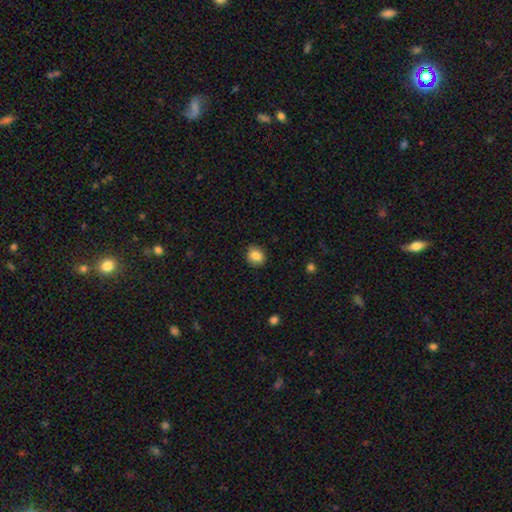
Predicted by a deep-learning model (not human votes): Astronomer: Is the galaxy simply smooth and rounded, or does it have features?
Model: smooth — 86%.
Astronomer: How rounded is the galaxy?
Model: round — 65%.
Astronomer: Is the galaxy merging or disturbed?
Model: none — 87%.